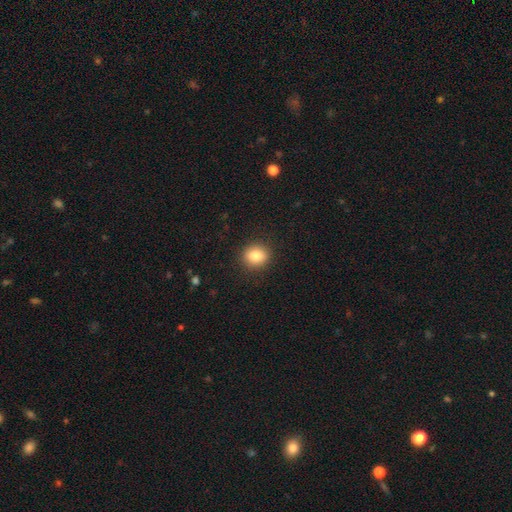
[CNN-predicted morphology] smooth 85%, star or artifact 9%, featured or disk 6%. Down the decision tree: how rounded — round (72%); merging — none (90%).